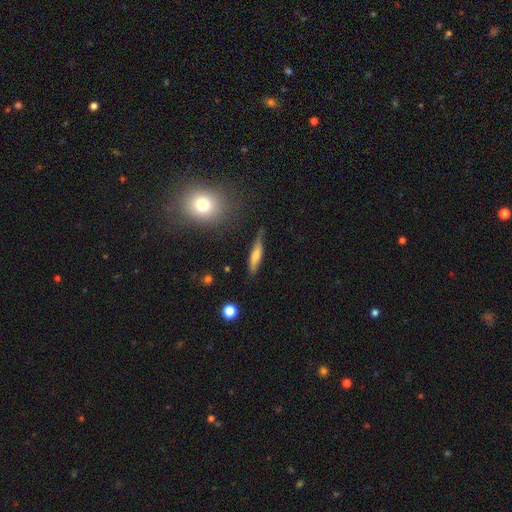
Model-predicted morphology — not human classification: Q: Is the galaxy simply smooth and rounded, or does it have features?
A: smooth — 63%.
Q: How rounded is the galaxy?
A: cigar-shaped — 79%.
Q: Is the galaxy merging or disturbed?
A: none — 68%.